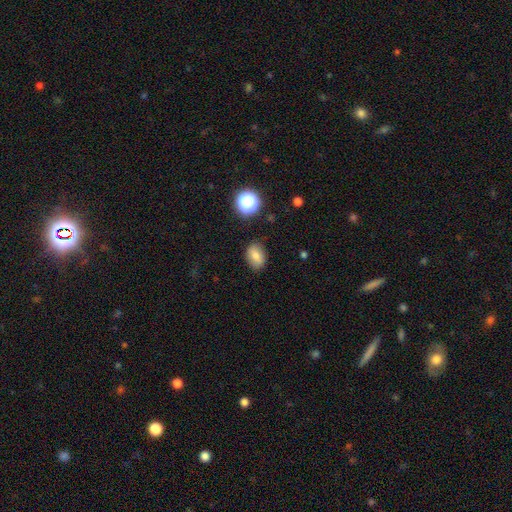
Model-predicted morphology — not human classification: Smooth or featured? smooth (77%)
How rounded? in between (75%)
Merging? none (82%)